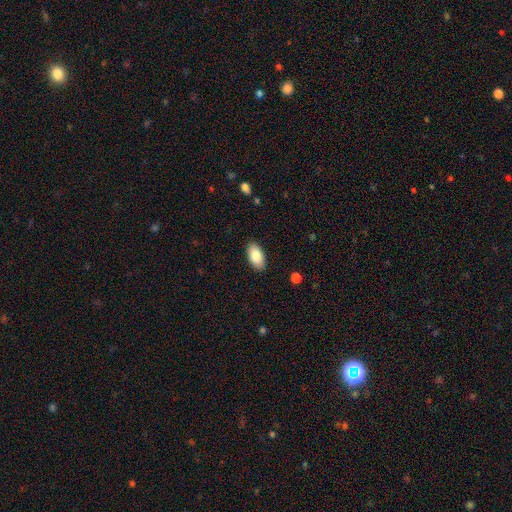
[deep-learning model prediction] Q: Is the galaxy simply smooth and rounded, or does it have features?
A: smooth — 86%.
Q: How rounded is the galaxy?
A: in between — 94%.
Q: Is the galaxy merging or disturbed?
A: none — 88%.